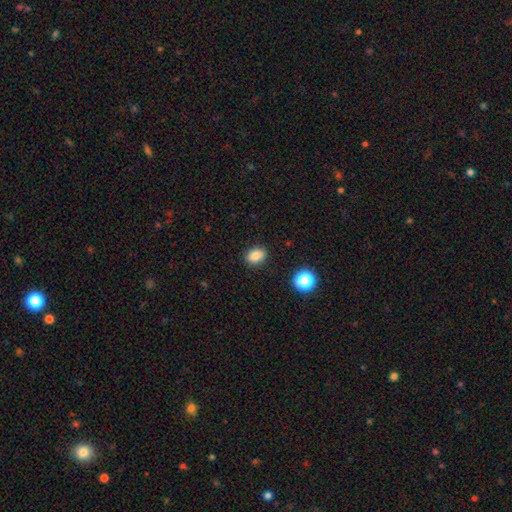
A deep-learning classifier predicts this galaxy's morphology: Smooth or featured? smooth (85%)
How rounded? in between (74%)
Merging? none (89%)